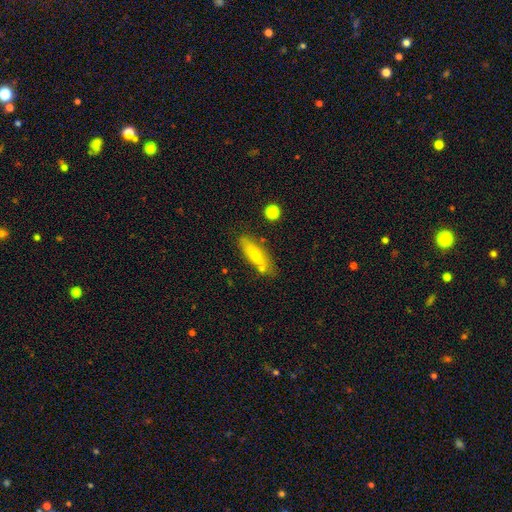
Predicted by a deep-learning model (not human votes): A smooth galaxy with no disk features (62%) that is cigar-shaped (60%). Merging: none (71%).